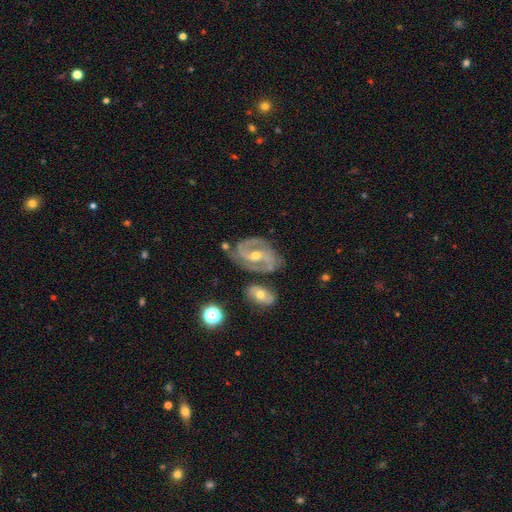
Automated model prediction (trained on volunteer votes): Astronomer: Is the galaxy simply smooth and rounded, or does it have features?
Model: featured or disk — 86%.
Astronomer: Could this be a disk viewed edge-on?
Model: no — 96%.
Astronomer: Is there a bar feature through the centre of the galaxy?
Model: weak — 42% (runner-up: strong, 34%).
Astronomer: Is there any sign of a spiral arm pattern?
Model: yes — 94%.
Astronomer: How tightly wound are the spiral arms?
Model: medium — 50% (runner-up: tight, 38%).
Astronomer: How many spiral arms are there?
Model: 2 — 80%.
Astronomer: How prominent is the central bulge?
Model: moderate — 60% (runner-up: small, 36%).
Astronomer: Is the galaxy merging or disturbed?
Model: none — 65%.